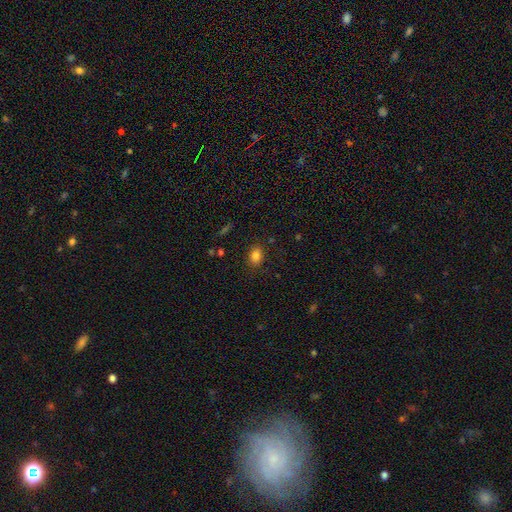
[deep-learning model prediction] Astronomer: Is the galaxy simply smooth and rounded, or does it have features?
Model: smooth — 83%.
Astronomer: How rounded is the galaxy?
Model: in between — 72%.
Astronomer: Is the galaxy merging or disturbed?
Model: none — 85%.